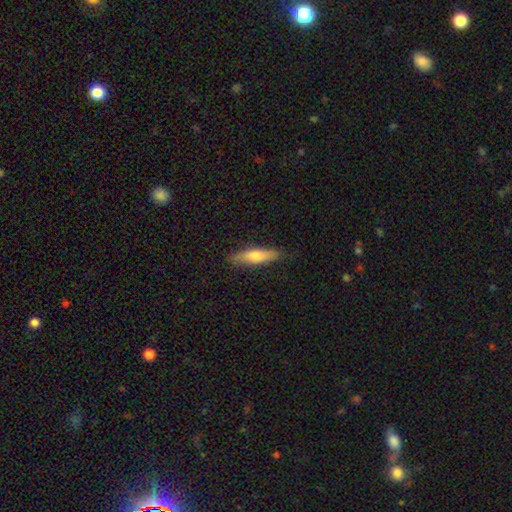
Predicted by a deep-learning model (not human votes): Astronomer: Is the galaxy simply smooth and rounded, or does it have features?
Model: smooth — 66%.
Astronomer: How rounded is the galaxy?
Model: cigar-shaped — 68%.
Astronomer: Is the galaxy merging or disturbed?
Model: none — 84%.